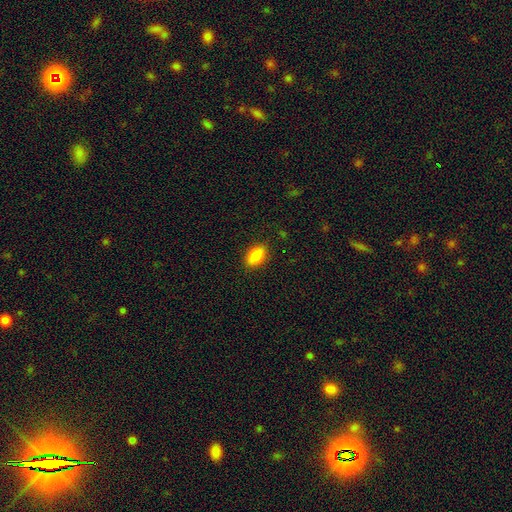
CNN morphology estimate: The model was most divided on "smooth or featured": smooth: 84%, featured or disk: 8%, star or artifact: 8%. More confident: how rounded — in between (89%); merging — none (88%).